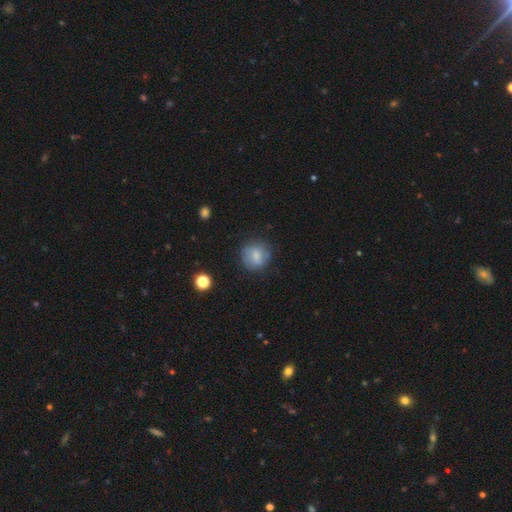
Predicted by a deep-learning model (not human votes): Smooth or featured: smooth — 72% (featured or disk — 19%)
How rounded: round — 86% (in between — 13%)
Merging: none — 77% (minor disturbance — 16%)